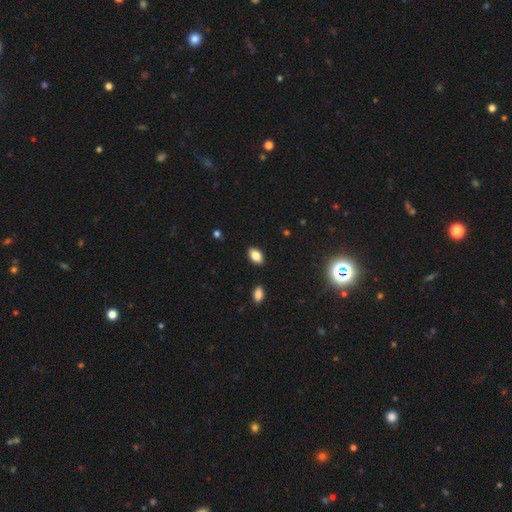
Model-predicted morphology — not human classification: smooth_or_featured: smooth (p=0.84) [alt: star or artifact p=0.09]
how_rounded: in between (p=0.91) [alt: round p=0.07]
merging: none (p=0.88) [alt: minor disturbance p=0.09]